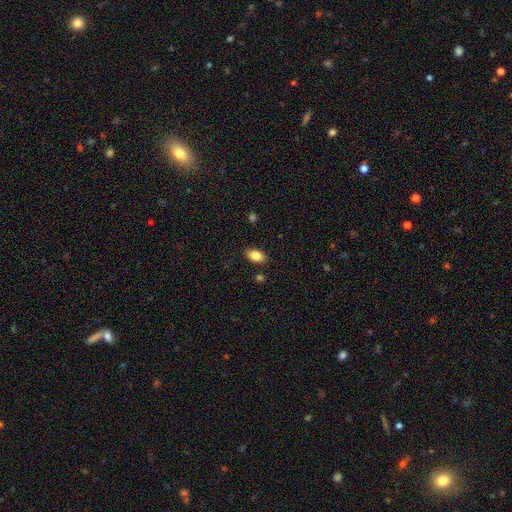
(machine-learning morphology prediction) Smooth or featured: smooth — 83% (featured or disk — 9%)
How rounded: in between — 90% (round — 8%)
Merging: none — 85% (minor disturbance — 10%)